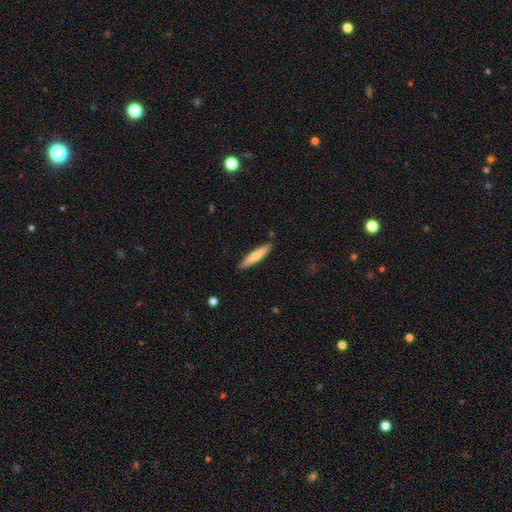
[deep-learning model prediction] smooth-or-featured: smooth: 70% | featured or disk: 24% | star or artifact: 5%
  how-rounded: cigar-shaped: 87% | in between: 11% | round: 1%
  merging: none: 88% | minor disturbance: 9% | major disturbance: 2% | merger: 2%